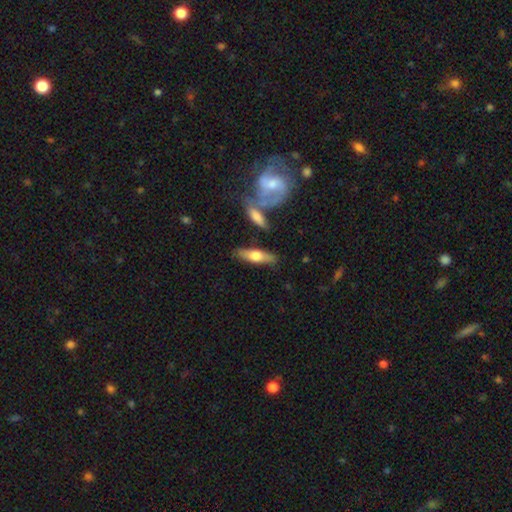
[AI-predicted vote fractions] Overall: smooth (52%; featured or disk 43%). How rounded: cigar-shaped (54%; in between 43%). Merging: none (73%).